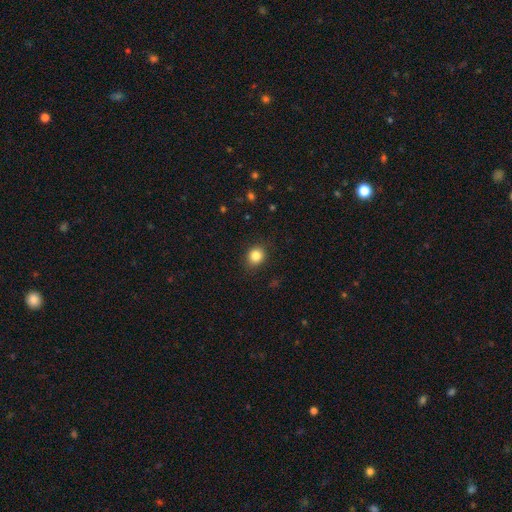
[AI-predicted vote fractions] Smooth or featured? smooth (84%)
How rounded? round (77%)
Merging? none (88%)